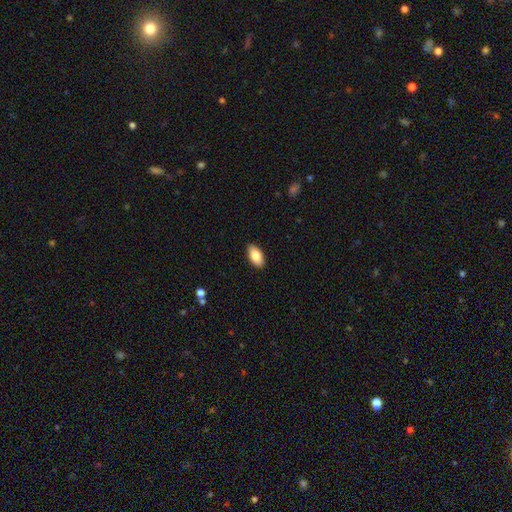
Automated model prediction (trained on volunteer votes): Smooth or featured: smooth — 83% (featured or disk — 11%)
How rounded: in between — 93% (cigar-shaped — 4%)
Merging: none — 90% (minor disturbance — 8%)